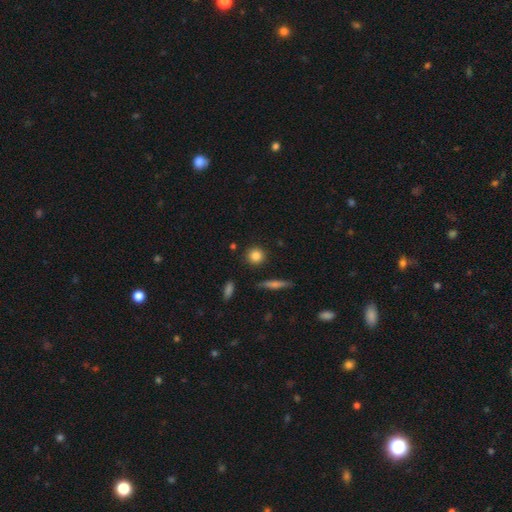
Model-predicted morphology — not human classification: This appears to be a smooth galaxy with no disk features (83%) that is round (87%). Merging: none (88%).